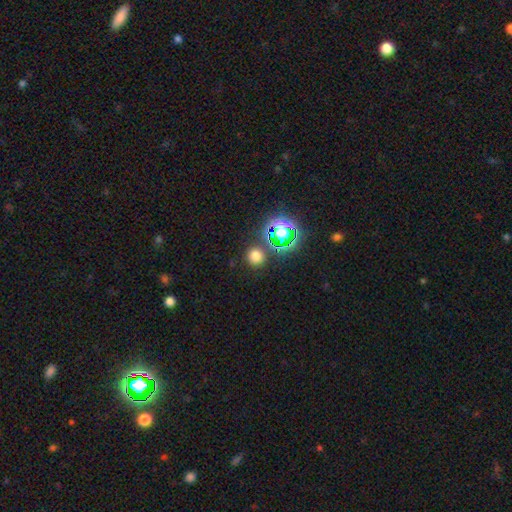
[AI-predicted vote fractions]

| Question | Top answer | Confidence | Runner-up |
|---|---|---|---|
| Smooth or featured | smooth | 67% | star or artifact (27%) |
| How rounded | round | 91% | in between (8%) |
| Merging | none | 85% | minor disturbance (7%) |